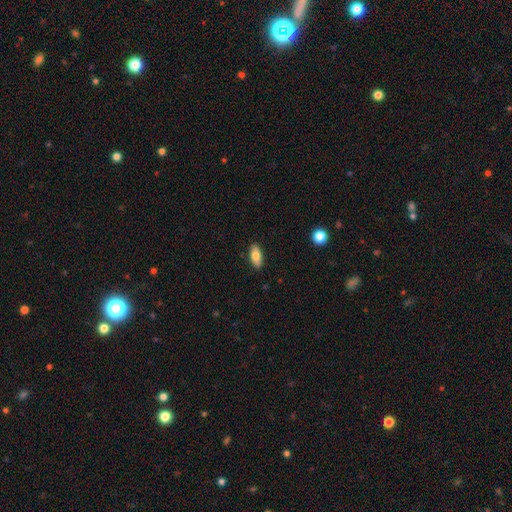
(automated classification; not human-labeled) Morphology: type=smooth (77%); roundness=in between (85%); merging=none (89%).